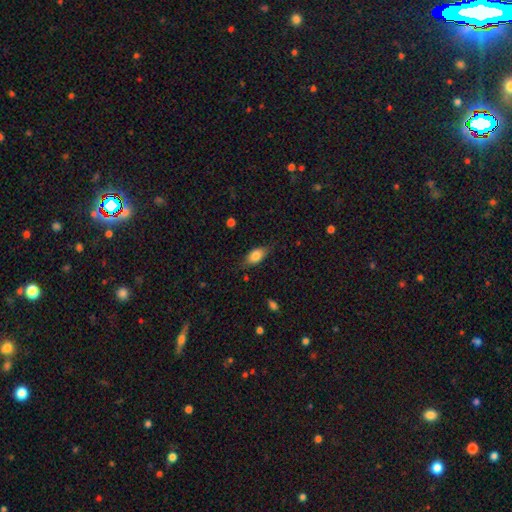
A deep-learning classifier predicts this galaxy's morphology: The model was most divided on "merging": none: 74%, minor disturbance: 20%, major disturbance: 4%, merger: 1%. More confident: how rounded — in between (86%); smooth or featured — smooth (79%).